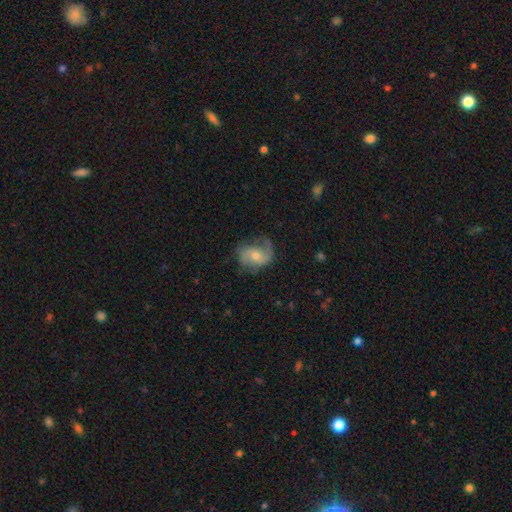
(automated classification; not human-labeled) This appears to be a featured or disk galaxy (69%) with no bar (58%), 2 (68%) medium (41%, tied with loose) spiral arms (91%) and a moderate central bulge (51%). Merging: none (60%).